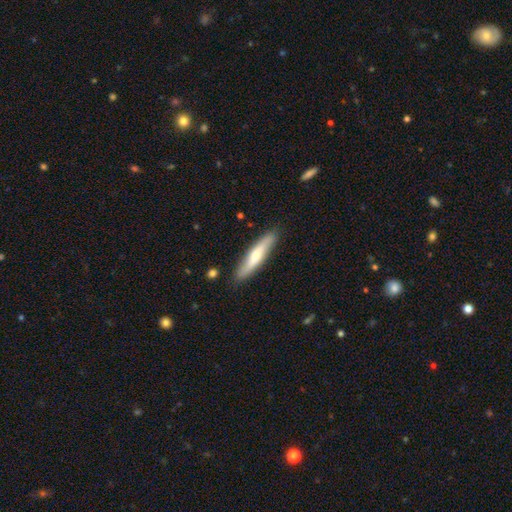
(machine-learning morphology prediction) This appears to be a smooth galaxy with no disk features (56%) that is cigar-shaped (86%). Merging: none (87%).